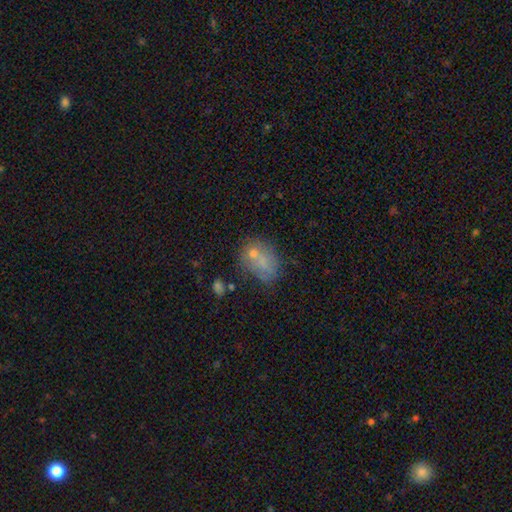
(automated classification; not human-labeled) Smooth or featured? Predicted: smooth (p=0.64). How rounded? Predicted: in between (p=0.65). Merging? Predicted: none (p=0.42).